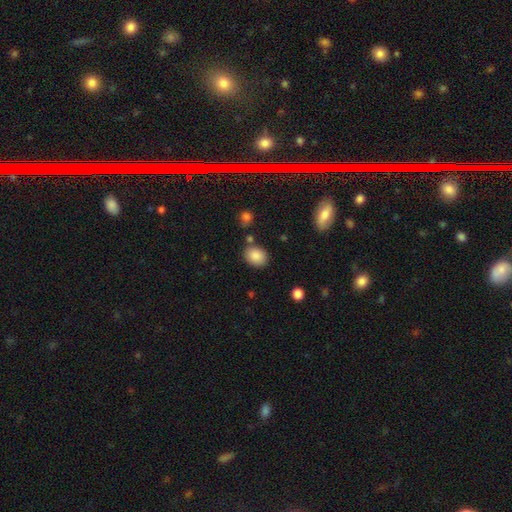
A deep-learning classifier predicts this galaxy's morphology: Smooth or featured? Predicted: smooth (p=0.87). How rounded? Predicted: in between (p=0.53). Merging? Predicted: none (p=0.76).